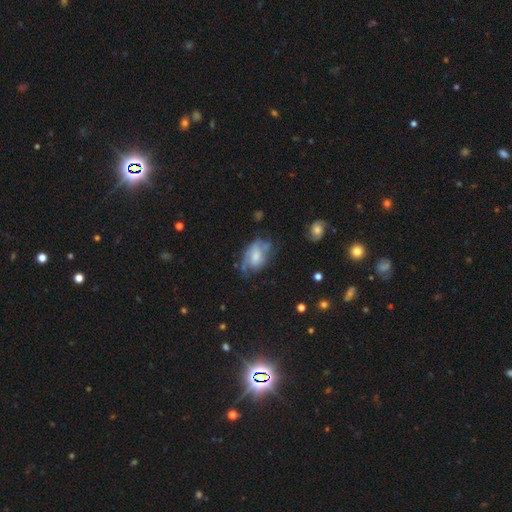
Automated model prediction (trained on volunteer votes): Smooth or featured? featured or disk (55%)
Edge-on disk? no (96%)
Bar? no (57%)
Spiral arms? yes (66%)
Bulge size? moderate (41%)
Merging? none (41%)